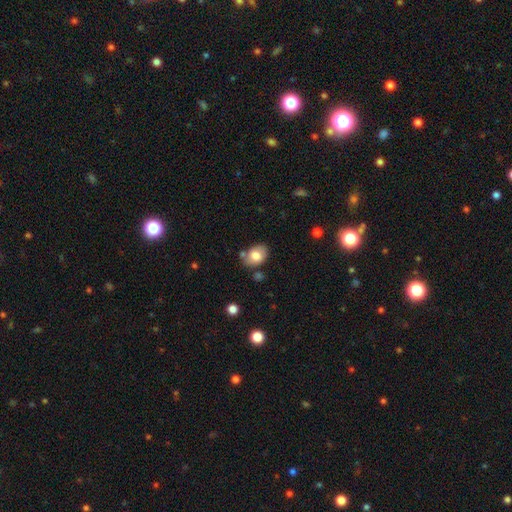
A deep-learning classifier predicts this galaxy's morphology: Smooth or featured? Predicted: smooth (p=0.77). How rounded? Predicted: in between (p=0.77). Merging? Predicted: none (p=0.69).